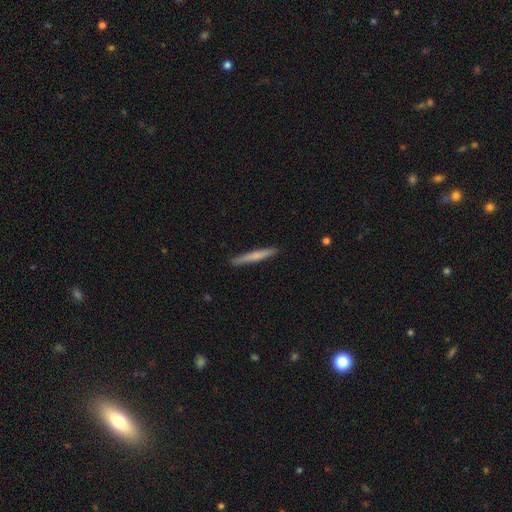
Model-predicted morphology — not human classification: Smooth or featured?
  - smooth: 64% *
  - featured or disk: 31%
  - star or artifact: 5%
How rounded?
  - cigar-shaped: 96% *
  - in between: 3%
  - round: 1%
Merging?
  - none: 91% *
  - minor disturbance: 7%
  - major disturbance: 1%
  - merger: 1%